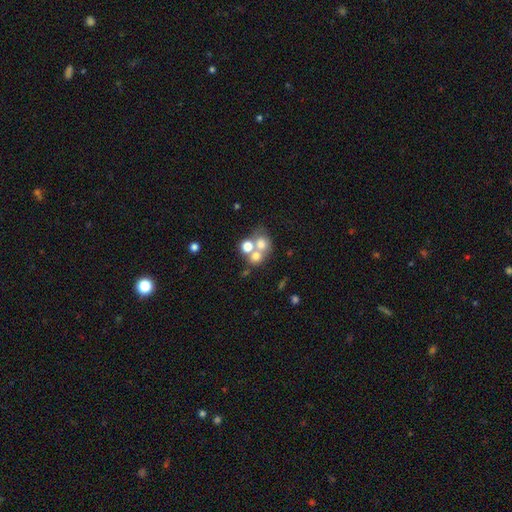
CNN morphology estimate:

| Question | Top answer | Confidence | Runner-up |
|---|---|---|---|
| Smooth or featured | smooth | 63% | featured or disk (21%) |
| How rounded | round | 76% | in between (23%) |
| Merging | merger | 54% | none (35%) |